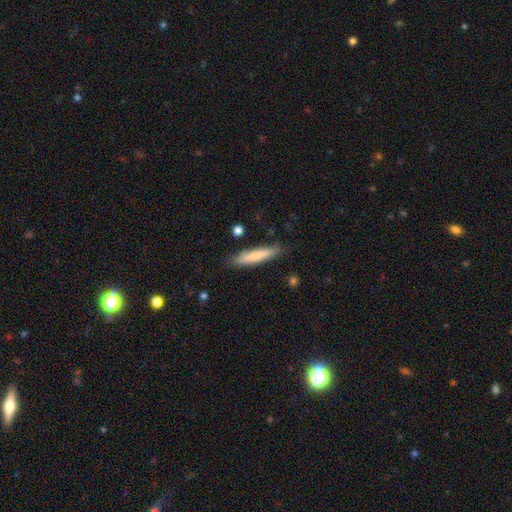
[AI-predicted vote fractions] Q: Smooth or featured?
A: smooth (74%); runner-up: featured or disk (20%)
Q: How rounded?
A: cigar-shaped (89%); runner-up: in between (10%)
Q: Merging?
A: none (86%); runner-up: minor disturbance (10%)